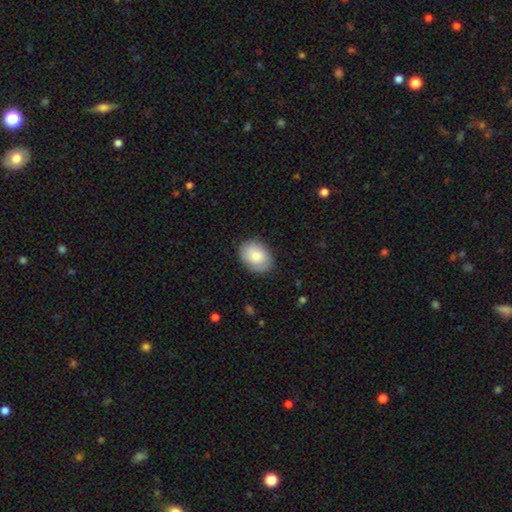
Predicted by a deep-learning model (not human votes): This appears to be a smooth galaxy with no disk features (82%) that is in between round and cigar-shaped (72%). Merging: none (82%).